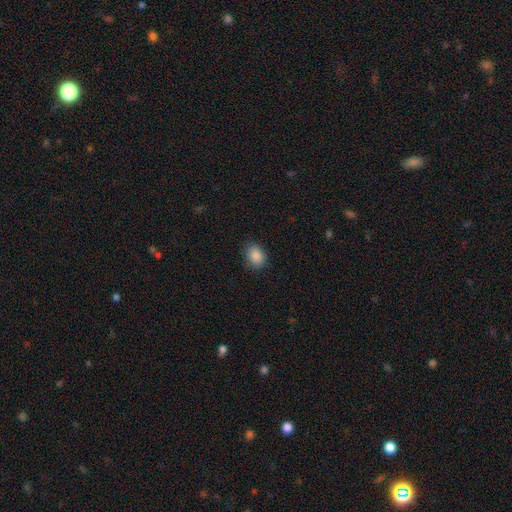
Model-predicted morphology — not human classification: Q: Smooth or featured?
A: smooth (88%); runner-up: star or artifact (8%)
Q: How rounded?
A: in between (64%); runner-up: round (35%)
Q: Merging?
A: none (82%); runner-up: minor disturbance (14%)